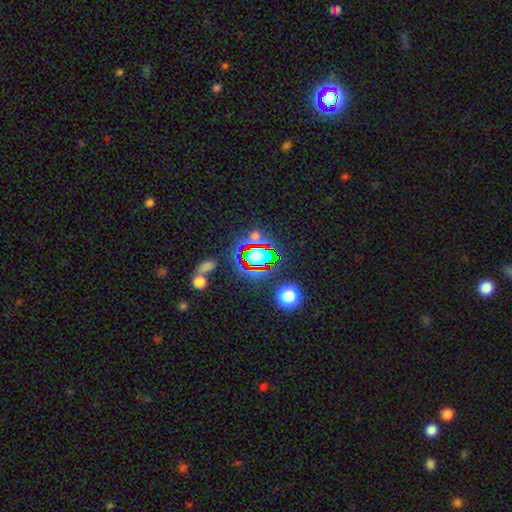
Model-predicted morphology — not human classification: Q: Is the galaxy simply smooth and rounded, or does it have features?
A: star or artifact — 58%.